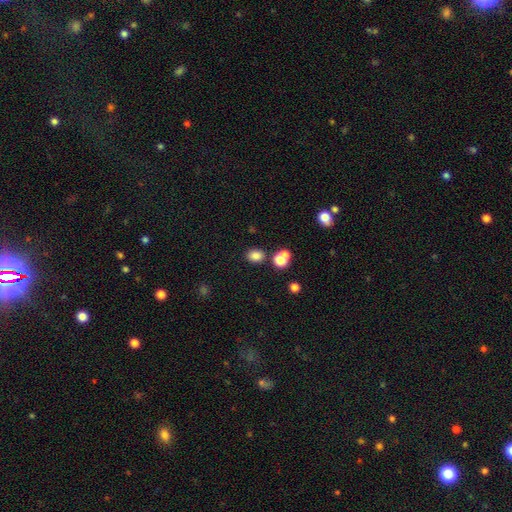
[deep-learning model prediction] The model was most divided on "how rounded": round: 51%, in between: 48%, cigar-shaped: 1%. More confident: smooth or featured — smooth (81%); merging — none (74%).